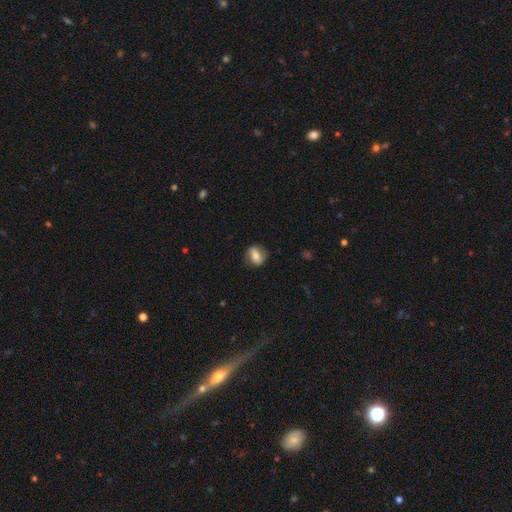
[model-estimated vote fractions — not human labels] smooth_or_featured: smooth (p=0.58) [alt: featured or disk p=0.34]
how_rounded: in between (p=0.51) [alt: round p=0.47]
merging: none (p=0.77) [alt: minor disturbance p=0.17]